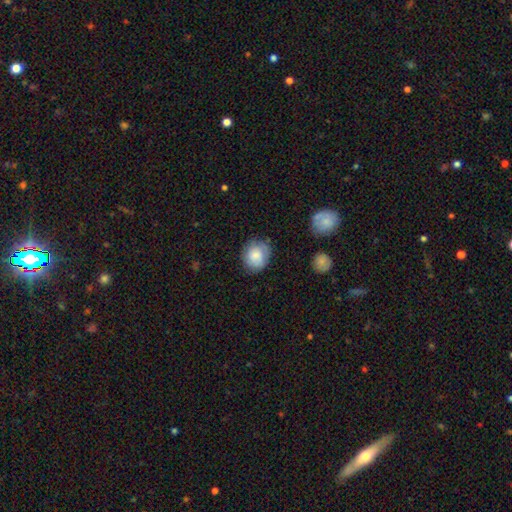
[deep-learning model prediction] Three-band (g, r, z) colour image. It shows a smooth galaxy with no disk features (76%) that is round (74%). Merging: none (74%).